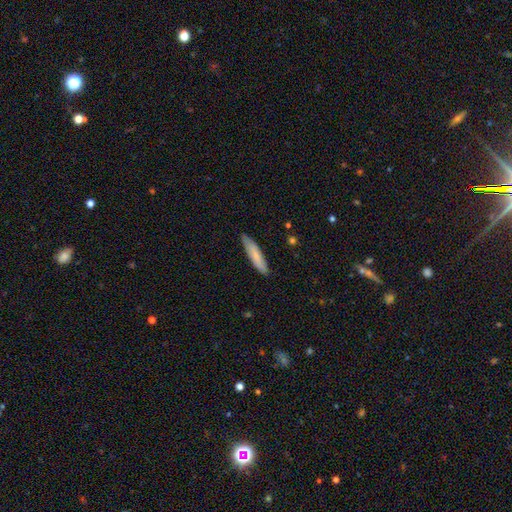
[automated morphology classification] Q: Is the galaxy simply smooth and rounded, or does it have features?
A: smooth — 80%.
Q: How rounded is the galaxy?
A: cigar-shaped — 85%.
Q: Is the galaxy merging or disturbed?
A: none — 87%.